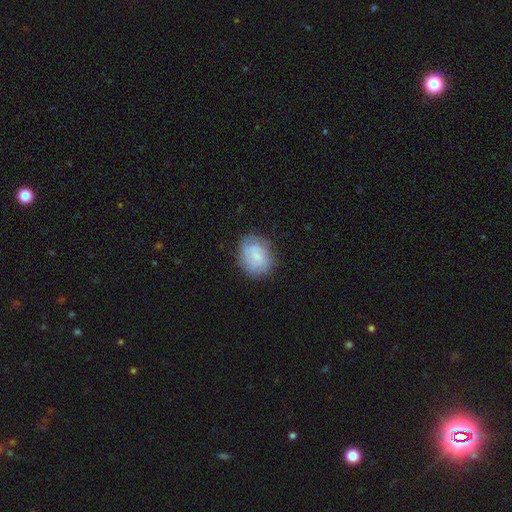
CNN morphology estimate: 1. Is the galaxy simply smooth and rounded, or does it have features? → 60% smooth, 32% featured or disk, 8% star or artifact.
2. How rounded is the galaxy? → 56% in between, 43% round, 1% cigar-shaped.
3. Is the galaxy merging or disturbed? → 71% none, 20% minor disturbance, 7% major disturbance, 2% merger.